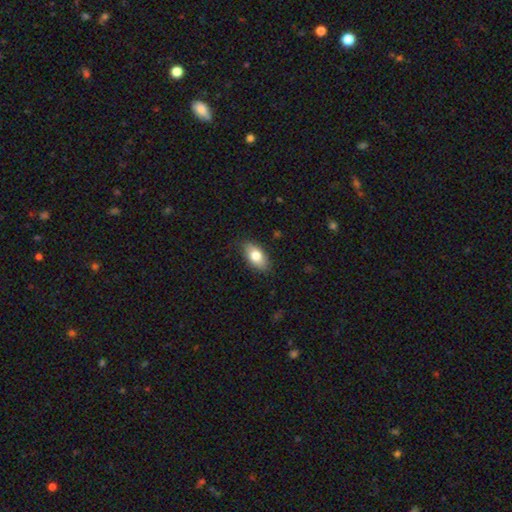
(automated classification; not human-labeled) smooth 78%, featured or disk 15%, star or artifact 7%. Down the decision tree: how rounded — in between (91%); merging — none (83%).